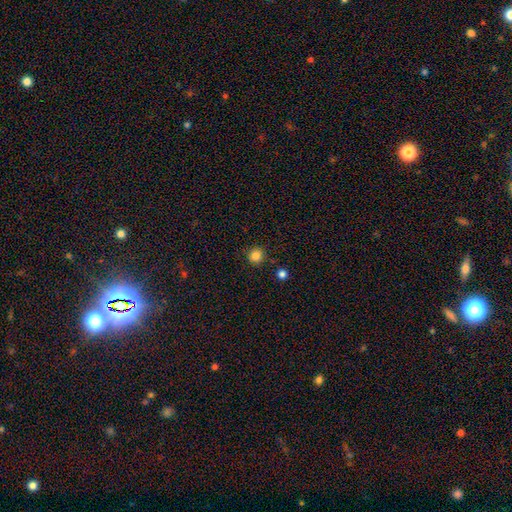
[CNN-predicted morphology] Smooth or featured? smooth (84%)
How rounded? round (93%)
Merging? none (89%)